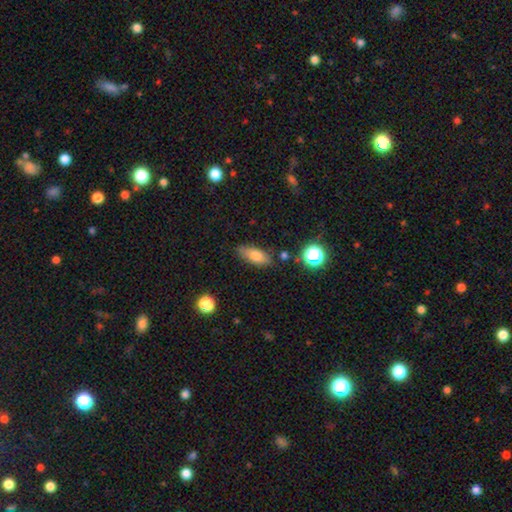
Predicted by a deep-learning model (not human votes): Q: Smooth or featured?
A: smooth (75%); runner-up: featured or disk (15%)
Q: How rounded?
A: in between (79%); runner-up: cigar-shaped (16%)
Q: Merging?
A: none (78%); runner-up: minor disturbance (14%)